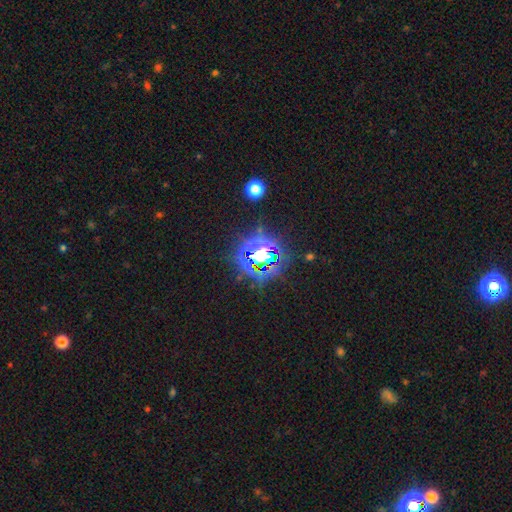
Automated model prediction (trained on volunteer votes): Smooth or featured? star or artifact (73%)